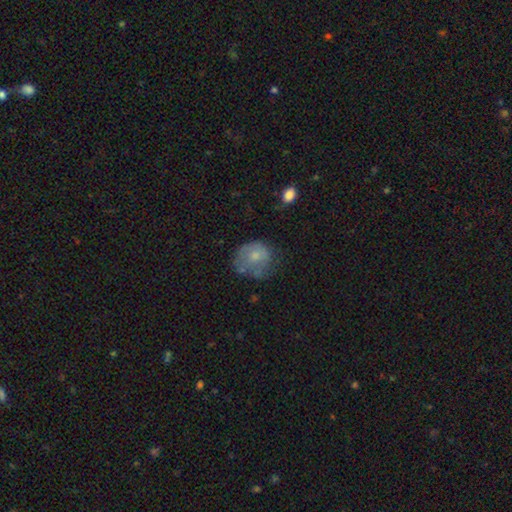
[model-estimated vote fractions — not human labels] The model was most divided on "merging": none: 43%, minor disturbance: 31%, major disturbance: 22%, merger: 4%. More confident: how rounded — round (72%); smooth or featured — smooth (62%).